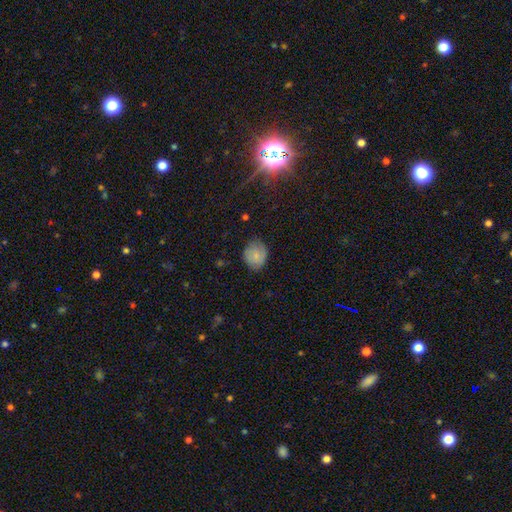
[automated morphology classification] smooth 80%, featured or disk 11%, star or artifact 8%. Down the decision tree: how rounded — round (68%); merging — none (71%).